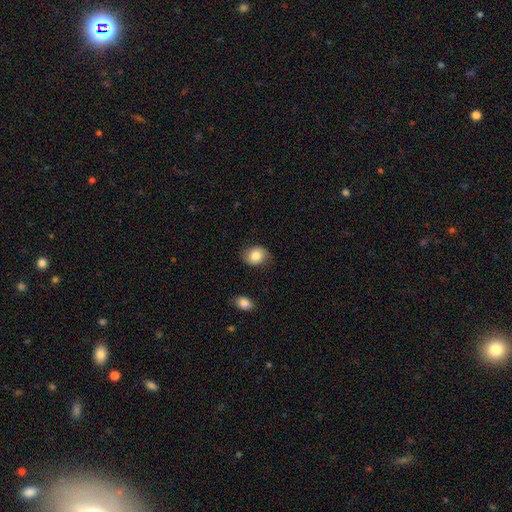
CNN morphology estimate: Q: Smooth or featured?
A: smooth (79%); runner-up: featured or disk (13%)
Q: How rounded?
A: in between (51%); runner-up: round (48%)
Q: Merging?
A: none (77%); runner-up: minor disturbance (18%)